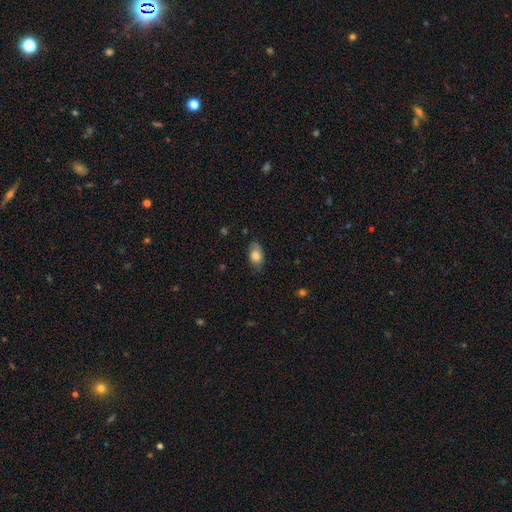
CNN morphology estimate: smooth_or_featured: smooth (p=0.72) [alt: featured or disk p=0.20]
how_rounded: in between (p=0.89) [alt: round p=0.09]
merging: none (p=0.73) [alt: minor disturbance p=0.22]